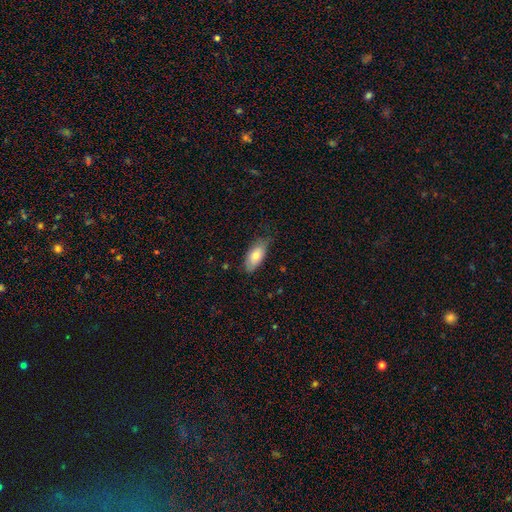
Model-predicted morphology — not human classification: Smooth or featured? Predicted: smooth (p=0.76). How rounded? Predicted: in between (p=0.88). Merging? Predicted: none (p=0.71).